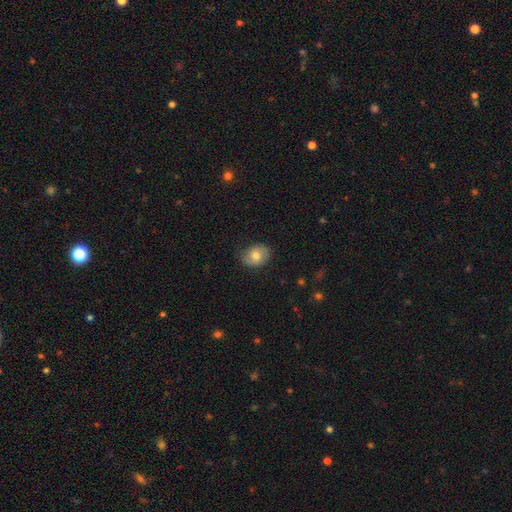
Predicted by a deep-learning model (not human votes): Morphology: type=smooth (78%); roundness=in between (62%); merging=none (77%).